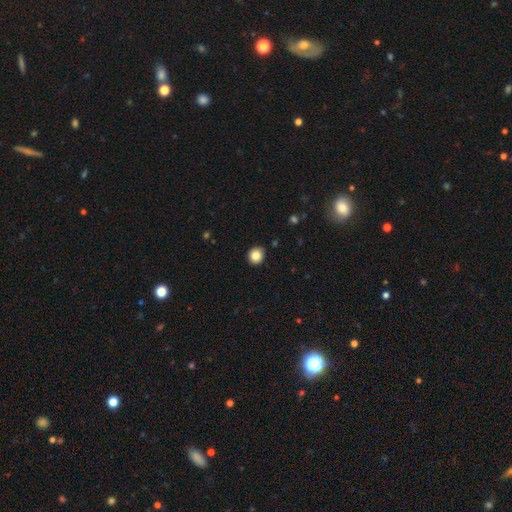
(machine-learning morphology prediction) smooth_or_featured: smooth (p=0.85) [alt: star or artifact p=0.10]
how_rounded: round (p=0.85) [alt: in between p=0.14]
merging: none (p=0.89) [alt: minor disturbance p=0.08]